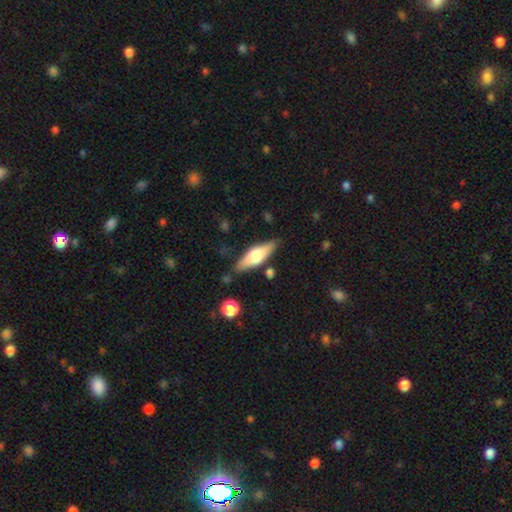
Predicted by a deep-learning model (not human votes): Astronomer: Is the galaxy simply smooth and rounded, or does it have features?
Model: smooth — 49% (runner-up: featured or disk, 45%).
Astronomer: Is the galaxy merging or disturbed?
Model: none — 80%.